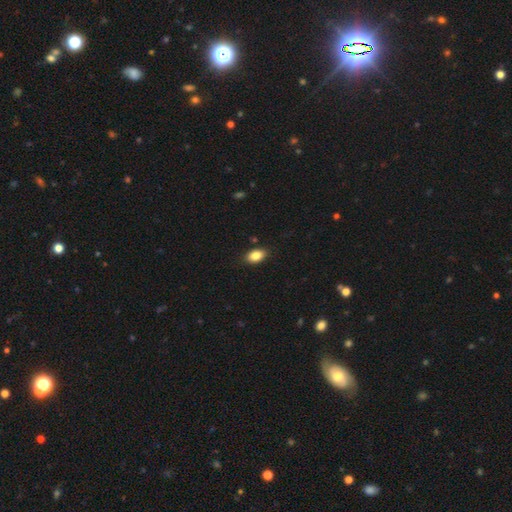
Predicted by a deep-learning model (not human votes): The model was most divided on "merging": none: 86%, minor disturbance: 10%, major disturbance: 2%, merger: 1%. More confident: how rounded — in between (87%); smooth or featured — smooth (86%).